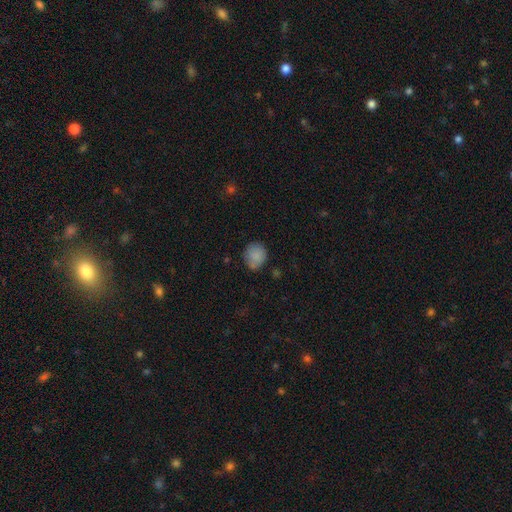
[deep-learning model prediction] Q: Smooth or featured?
A: smooth (85%); runner-up: star or artifact (9%)
Q: How rounded?
A: round (77%); runner-up: in between (23%)
Q: Merging?
A: none (74%); runner-up: minor disturbance (20%)